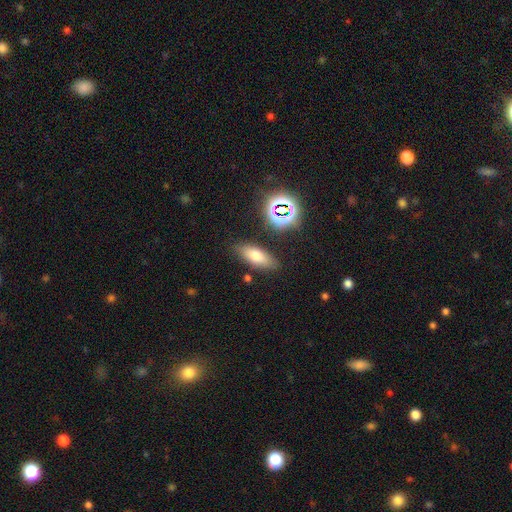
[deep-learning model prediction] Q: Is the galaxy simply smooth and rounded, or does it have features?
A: smooth — 67%.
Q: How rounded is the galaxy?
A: in between — 73%.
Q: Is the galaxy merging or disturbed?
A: none — 82%.